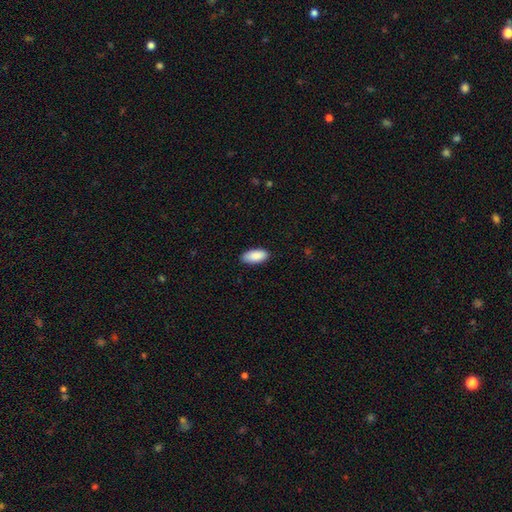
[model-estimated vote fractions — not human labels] Morphology: type=smooth (90%); roundness=in between (92%); merging=none (88%).